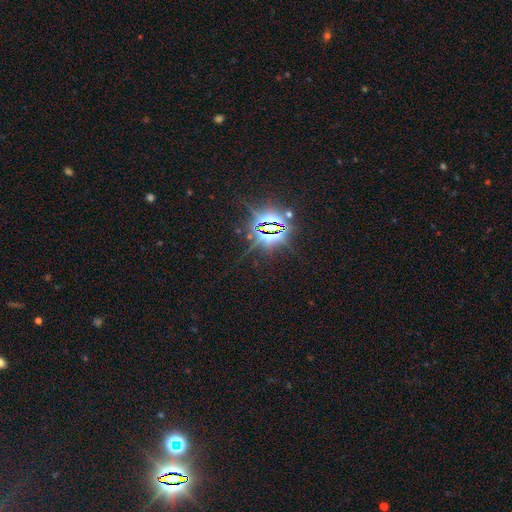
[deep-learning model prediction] Morphology: type=star or artifact (84%).